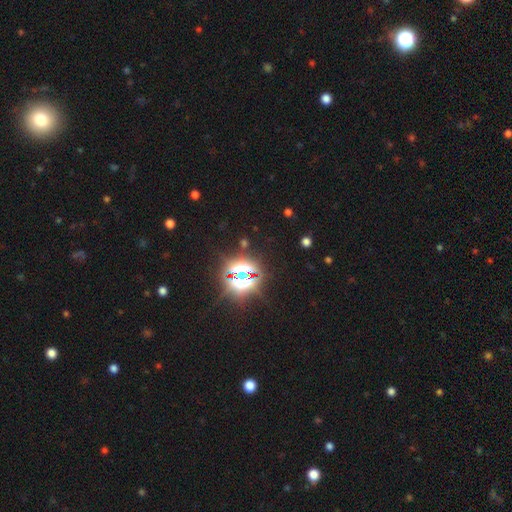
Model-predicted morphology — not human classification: smooth_or_featured: star or artifact (p=0.85) [alt: smooth p=0.09]